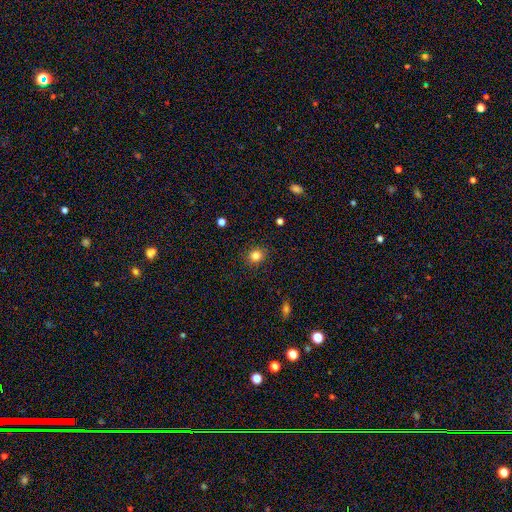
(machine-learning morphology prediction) type=smooth (82%); roundness=round (85%); merging=none (90%).